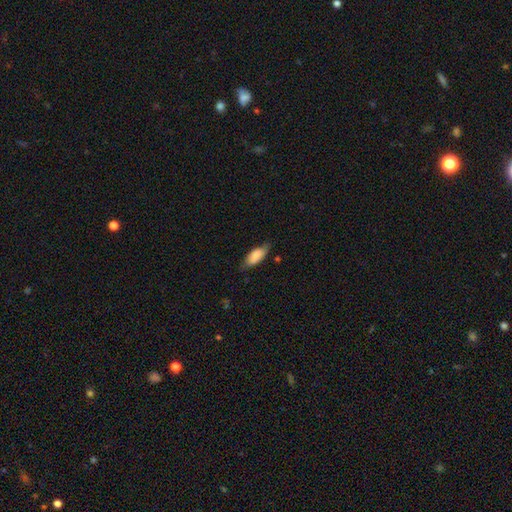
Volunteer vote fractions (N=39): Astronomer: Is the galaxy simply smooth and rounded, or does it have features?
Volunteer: smooth — 95%.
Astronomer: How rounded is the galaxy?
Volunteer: in between — 76%.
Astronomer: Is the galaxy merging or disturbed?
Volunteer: none — 72%.